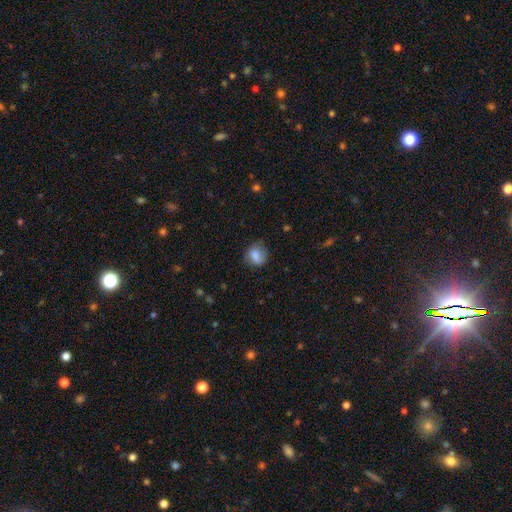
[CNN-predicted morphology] Q: Smooth or featured?
A: smooth (78%); runner-up: featured or disk (13%)
Q: How rounded?
A: round (71%); runner-up: in between (28%)
Q: Merging?
A: none (61%); runner-up: minor disturbance (28%)